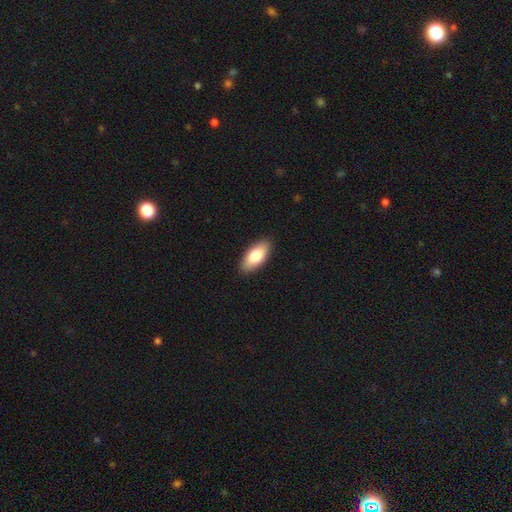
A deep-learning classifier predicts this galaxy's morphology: The model was most divided on "smooth or featured": smooth: 80%, featured or disk: 14%, star or artifact: 6%. More confident: merging — none (89%); how rounded — in between (89%).